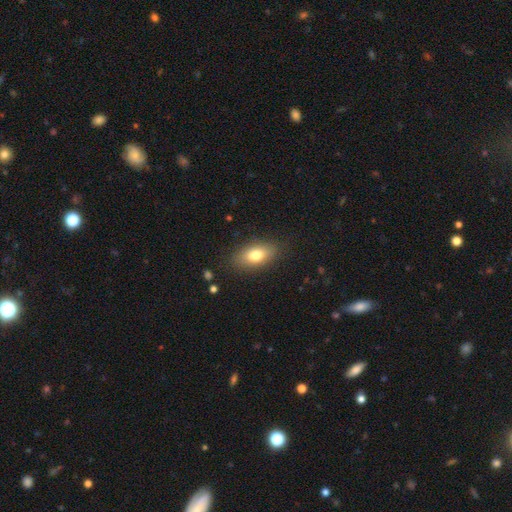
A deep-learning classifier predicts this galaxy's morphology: Smooth or featured? Predicted: smooth (p=0.77). How rounded? Predicted: in between (p=0.86). Merging? Predicted: none (p=0.84).